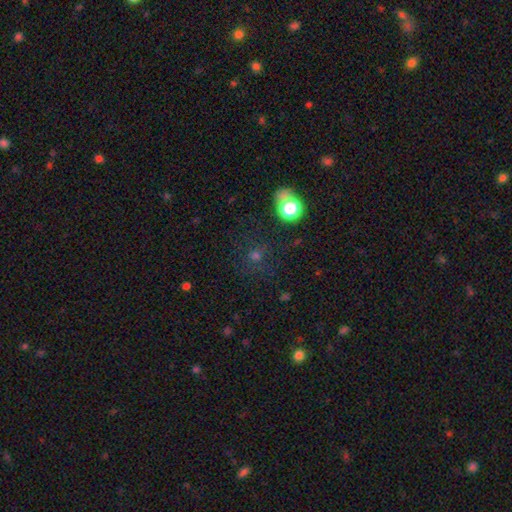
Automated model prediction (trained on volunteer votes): The model was most divided on "smooth or featured": smooth: 47%, star or artifact: 43%, featured or disk: 10%. More confident: merging — none (76%).